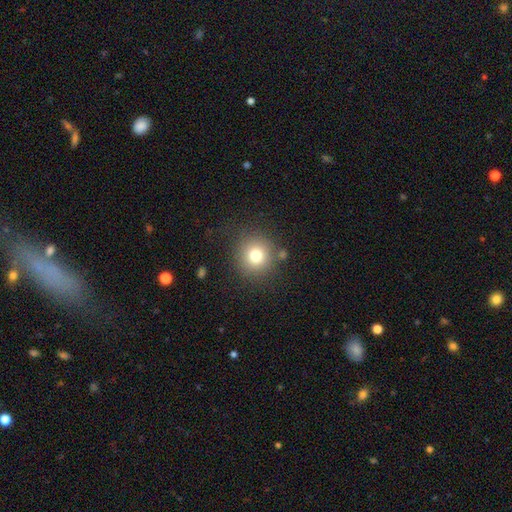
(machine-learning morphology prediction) A smooth galaxy with no disk features (76%) that is round (93%). Merging: none (82%).